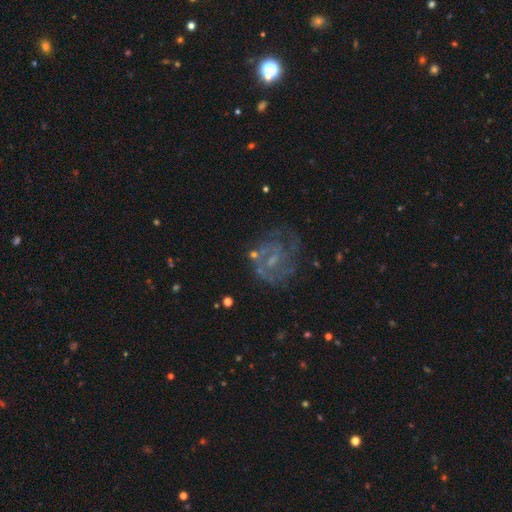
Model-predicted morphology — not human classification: Smooth or featured? featured or disk (71%)
Edge-on disk? no (98%)
Bar? no (46%)
Spiral arms? yes (74%)
Spiral winding? medium (43%)
Spiral arm count? 2 (36%, tied with can't tell)
Bulge size? small (46%)
Merging? none (56%)